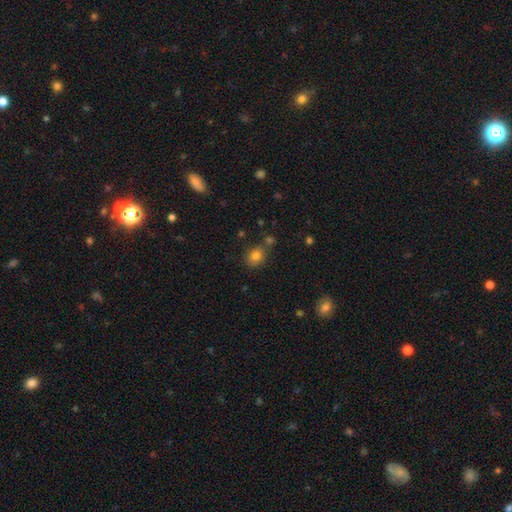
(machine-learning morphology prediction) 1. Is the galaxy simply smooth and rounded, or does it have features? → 80% smooth, 12% star or artifact, 8% featured or disk.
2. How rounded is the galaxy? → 60% round, 39% in between, 1% cigar-shaped.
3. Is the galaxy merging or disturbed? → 69% none, 15% minor disturbance, 12% merger, 4% major disturbance.